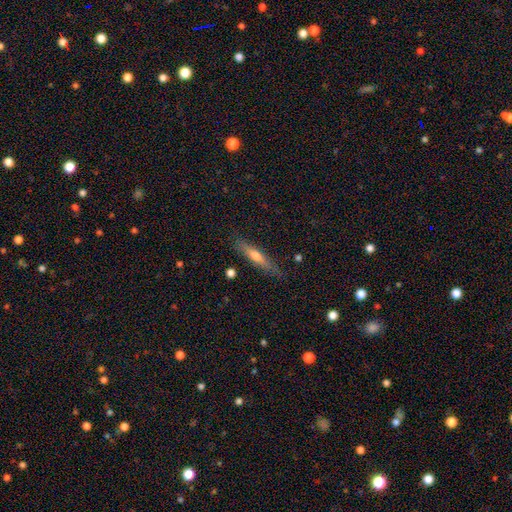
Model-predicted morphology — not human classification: This is possibly a smooth galaxy (51%). How rounded: clearly cigar-shaped (87%). Merging: clearly none (83%).